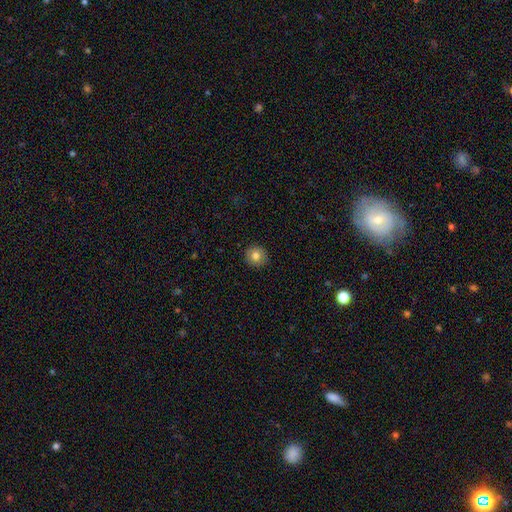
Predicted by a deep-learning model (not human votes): Smooth or featured?
  - smooth: 81% *
  - featured or disk: 10%
  - star or artifact: 9%
How rounded?
  - round: 89% *
  - in between: 10%
  - cigar-shaped: 1%
Merging?
  - none: 91% *
  - minor disturbance: 6%
  - major disturbance: 2%
  - merger: 1%